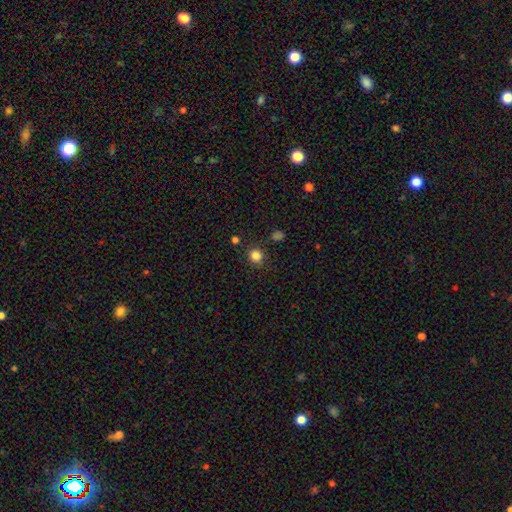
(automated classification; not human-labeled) This appears to be a smooth galaxy with no disk features (83%) that is round (86%). Merging: none (87%).